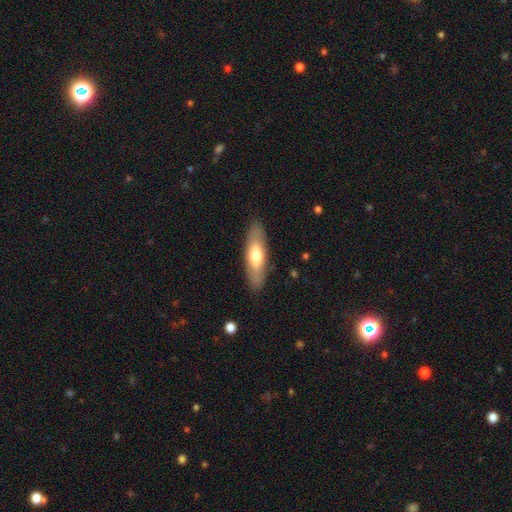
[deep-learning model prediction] smooth-or-featured: smooth: 61% | featured or disk: 34% | star or artifact: 5%
  how-rounded: cigar-shaped: 50% | in between: 48% | round: 2%
  merging: none: 87% | minor disturbance: 9% | major disturbance: 3% | merger: 1%